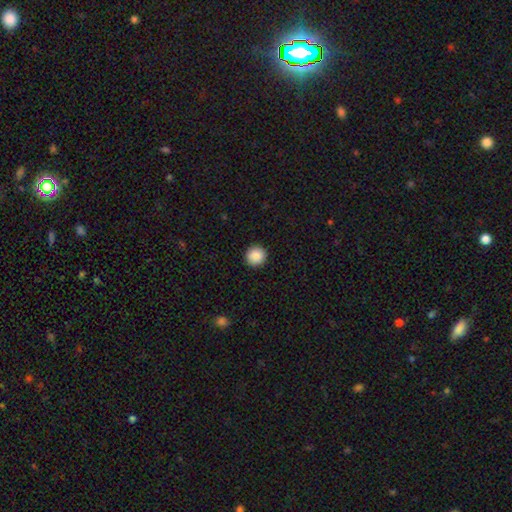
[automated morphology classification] Overall: smooth (88%). How rounded: round (95%). Merging: none (93%).